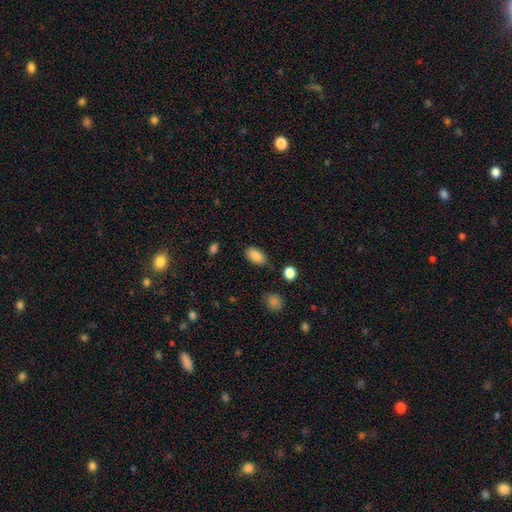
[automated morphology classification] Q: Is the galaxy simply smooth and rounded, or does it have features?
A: smooth — 87%.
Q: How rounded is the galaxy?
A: in between — 91%.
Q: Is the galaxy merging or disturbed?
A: none — 80%.